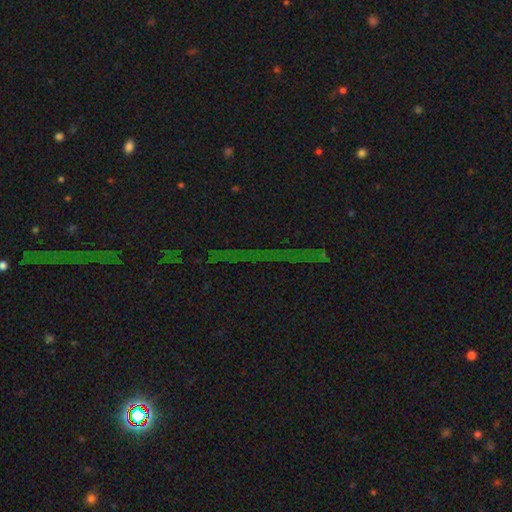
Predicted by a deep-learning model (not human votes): Morphology: type=star or artifact (75%).